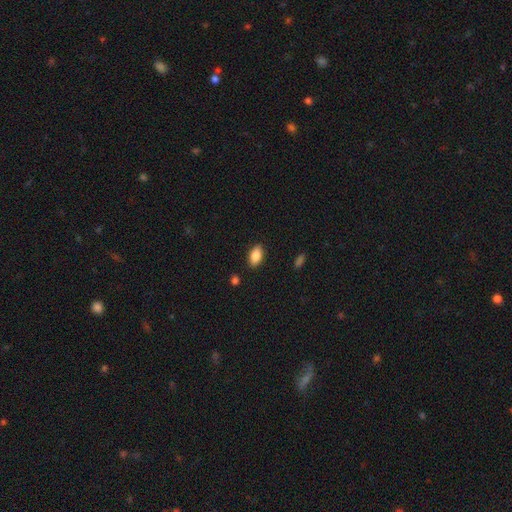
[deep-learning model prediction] The model was most divided on "merging": none: 87%, minor disturbance: 9%, major disturbance: 2%, merger: 1%. More confident: how rounded — in between (91%); smooth or featured — smooth (86%).